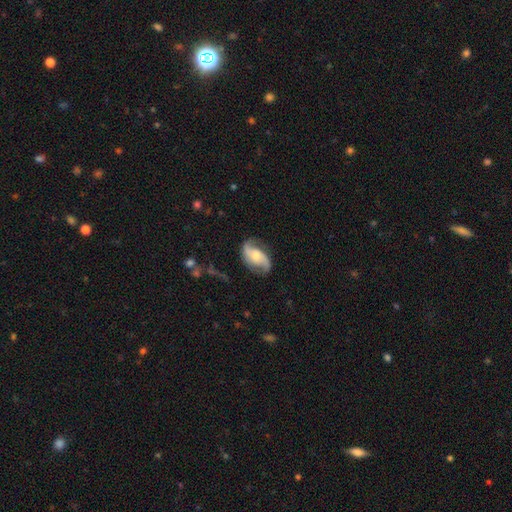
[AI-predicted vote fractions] The model was most divided on "bar": no: 49%, weak: 36%, strong: 15%. More confident: edge-on disk — no (97%); spiral arms — yes (95%); spiral arm count — 2 (91%); smooth or featured — featured or disk (82%); merging — none (72%); spiral winding — loose (53%); bulge size — moderate (52%).